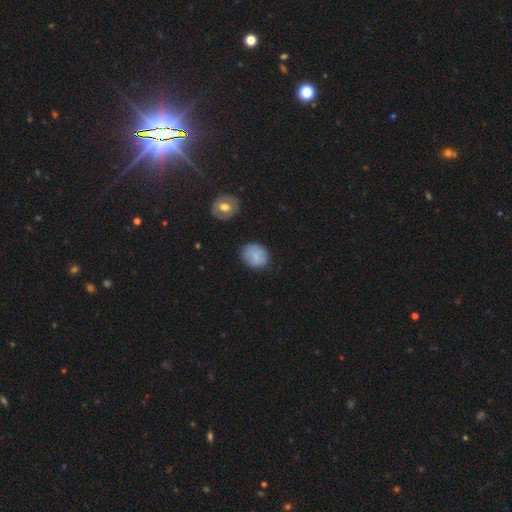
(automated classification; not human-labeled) Q: Smooth or featured?
A: smooth (78%); runner-up: featured or disk (14%)
Q: How rounded?
A: round (65%); runner-up: in between (33%)
Q: Merging?
A: none (77%); runner-up: minor disturbance (17%)